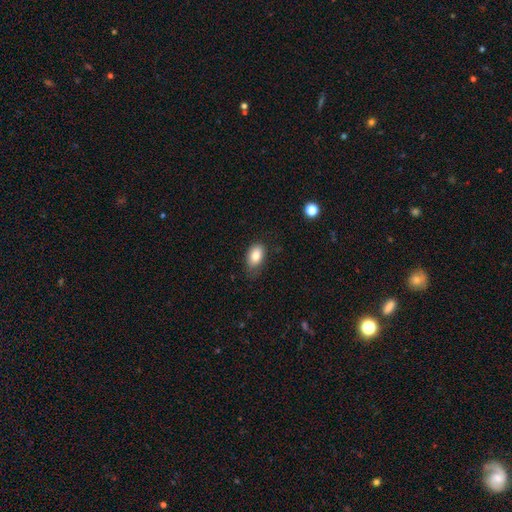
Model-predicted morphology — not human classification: This appears to be a smooth galaxy with no disk features (83%) that is in between round and cigar-shaped (89%). Merging: none (73%).